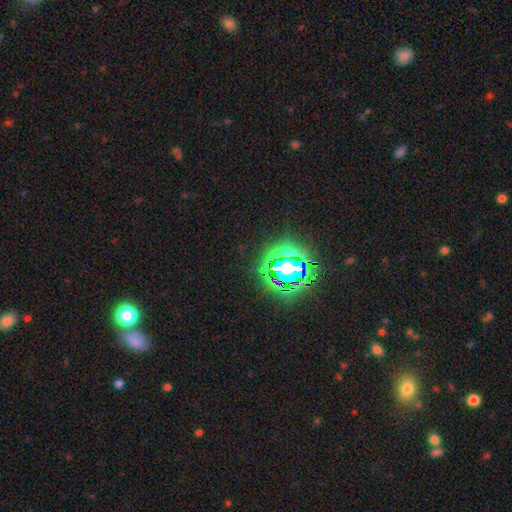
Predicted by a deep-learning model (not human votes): Morphology: type=star or artifact (78%).